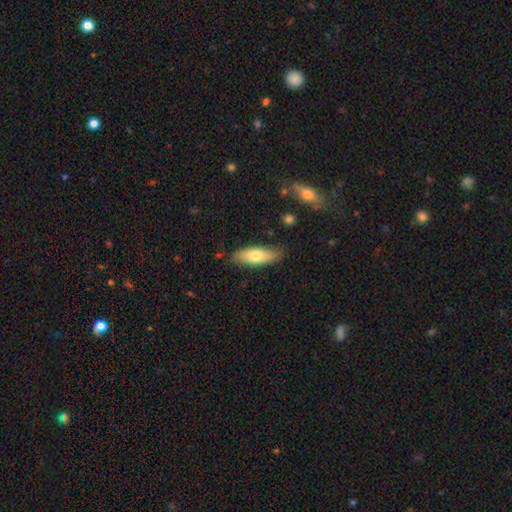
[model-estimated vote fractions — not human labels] smooth 69%, featured or disk 25%, star or artifact 6%. Down the decision tree: how rounded — in between (61%); merging — none (81%).